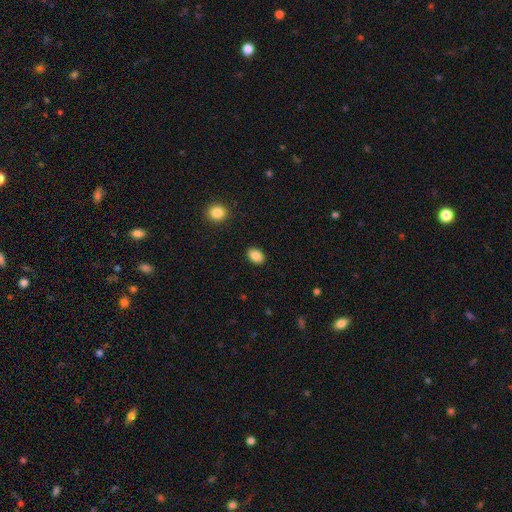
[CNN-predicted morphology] The model was most divided on "how rounded": in between: 79%, round: 20%, cigar-shaped: 1%. More confident: merging — none (89%); smooth or featured — smooth (88%).